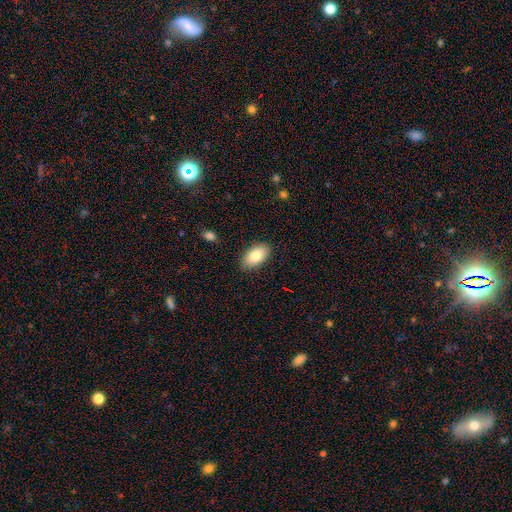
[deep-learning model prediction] This appears to be a smooth galaxy with no disk features (80%) that is in between round and cigar-shaped (93%). Merging: none (85%).